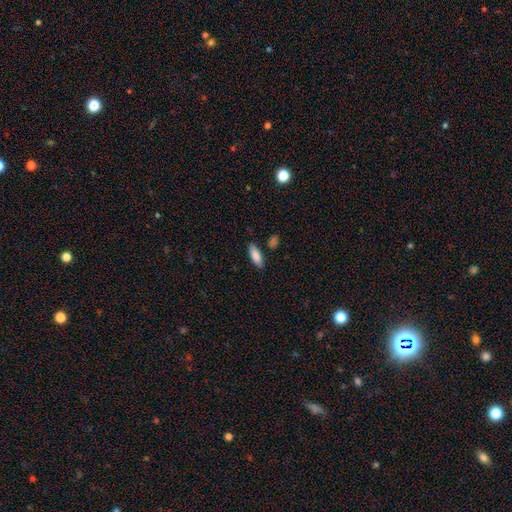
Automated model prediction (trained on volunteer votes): Overall: smooth (87%). How rounded: in between (71%). Merging: none (83%).